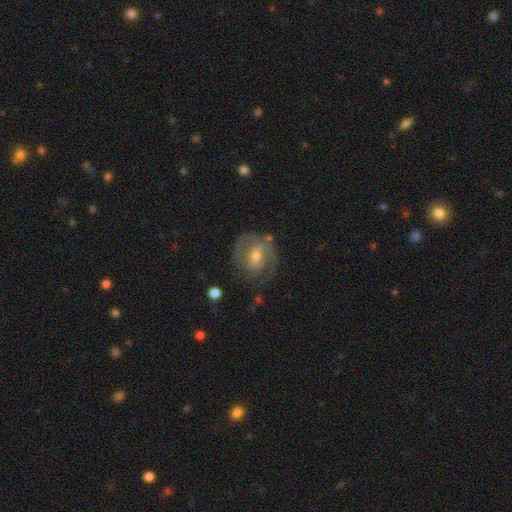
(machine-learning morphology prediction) A featured or disk galaxy (80%) with a weak bar (55%), 2 (60%) medium (43%, tied with tight) spiral arms (92%) and a moderate central bulge (48%). Merging: none (66%).